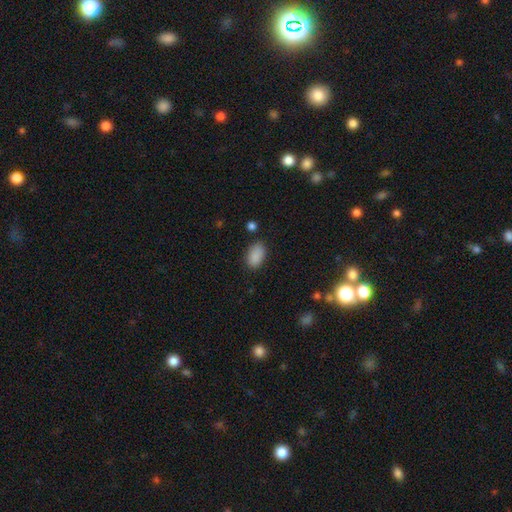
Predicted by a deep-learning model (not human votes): Smooth or featured? Predicted: smooth (p=0.89). How rounded? Predicted: in between (p=0.92). Merging? Predicted: none (p=0.81).